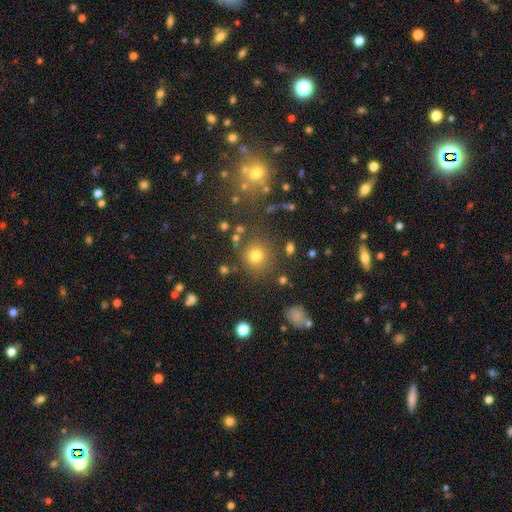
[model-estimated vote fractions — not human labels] Morphology: type=smooth (74%); roundness=round (91%); merging=none (80%).